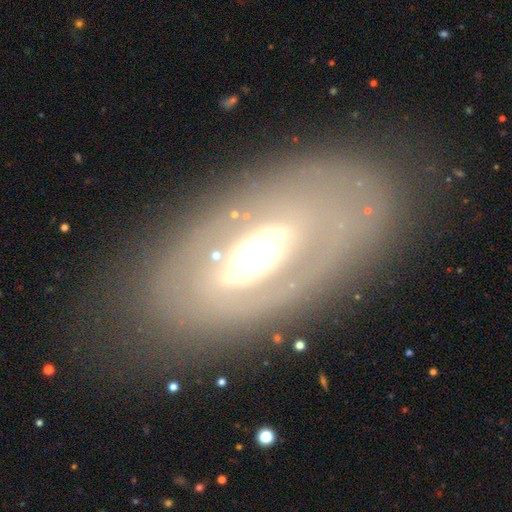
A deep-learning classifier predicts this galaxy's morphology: Q: Smooth or featured?
A: featured or disk (66%); runner-up: smooth (25%)
Q: Edge-on disk?
A: no (85%); runner-up: yes (15%)
Q: Bar?
A: no (53%); runner-up: strong (24%)
Q: Spiral arms?
A: no (75%); runner-up: yes (25%)
Q: Bulge size?
A: moderate (42%); runner-up: large (40%)
Q: Merging?
A: none (76%); runner-up: minor disturbance (13%)